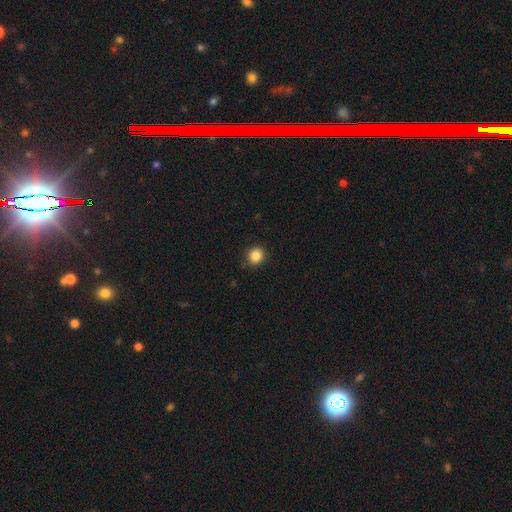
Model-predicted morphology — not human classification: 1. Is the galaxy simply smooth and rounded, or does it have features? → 86% smooth, 11% star or artifact, 4% featured or disk.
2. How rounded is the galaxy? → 89% round, 10% in between, 1% cigar-shaped.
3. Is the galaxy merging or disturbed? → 89% none, 8% minor disturbance, 2% major disturbance, 1% merger.